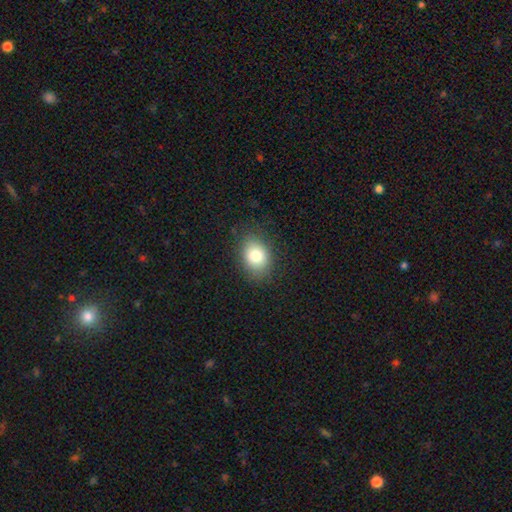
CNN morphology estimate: A smooth galaxy with no disk features (79%) that is in between round and cigar-shaped (66%). Merging: none (84%).